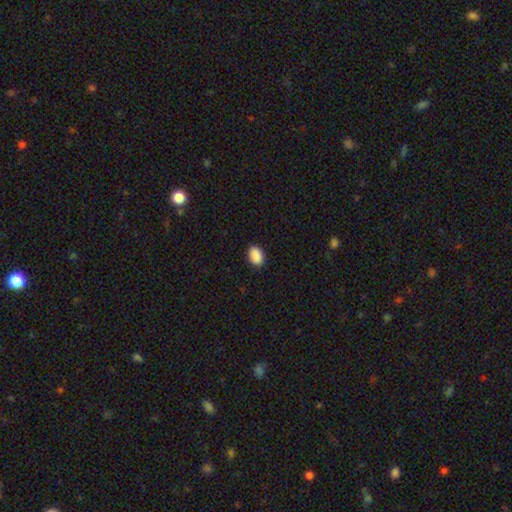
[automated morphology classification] smooth_or_featured: smooth (p=0.90) [alt: star or artifact p=0.07]
how_rounded: in between (p=0.85) [alt: round p=0.14]
merging: none (p=0.89) [alt: minor disturbance p=0.08]